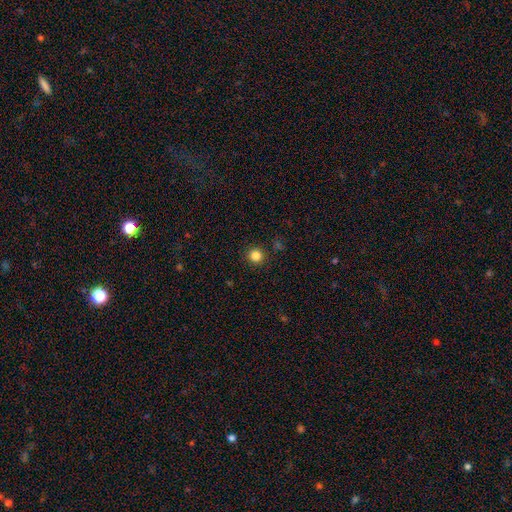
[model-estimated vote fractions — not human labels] Smooth or featured? smooth (84%)
How rounded? round (94%)
Merging? none (91%)